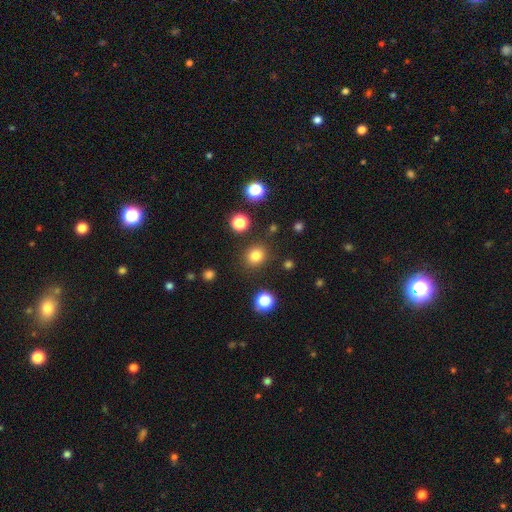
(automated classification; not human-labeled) The model was most divided on "how rounded": round: 81%, in between: 18%, cigar-shaped: 1%. More confident: merging — none (87%); smooth or featured — smooth (81%).